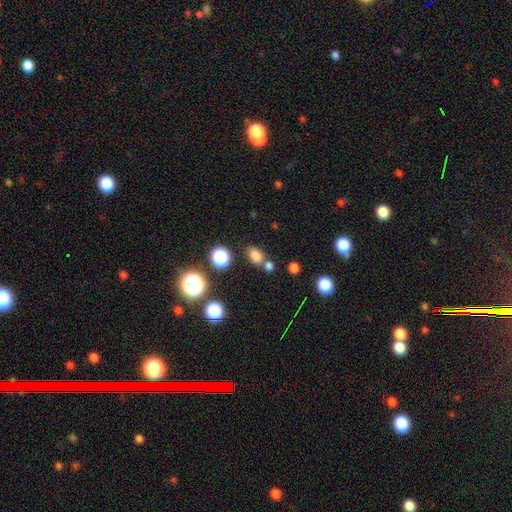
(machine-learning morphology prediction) The model was most divided on "how rounded": in between: 71%, round: 28%, cigar-shaped: 2%. More confident: smooth or featured — smooth (77%); merging — none (65%).